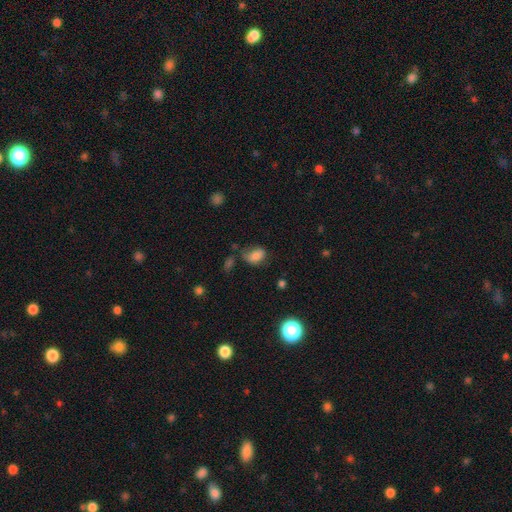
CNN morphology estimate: Smooth or featured? smooth (78%)
How rounded? in between (82%)
Merging? none (46%)